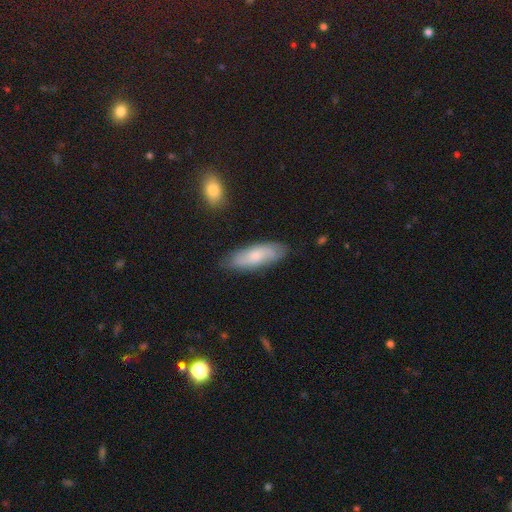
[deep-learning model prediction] Smooth or featured? Predicted: smooth (p=0.54). How rounded? Predicted: in between (p=0.66). Merging? Predicted: none (p=0.79).